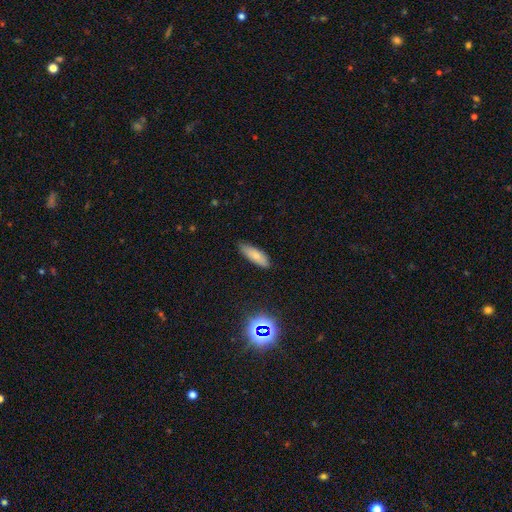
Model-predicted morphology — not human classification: The model was most divided on "how rounded": in between: 52%, cigar-shaped: 46%, round: 2%. More confident: merging — none (81%); smooth or featured — smooth (77%).